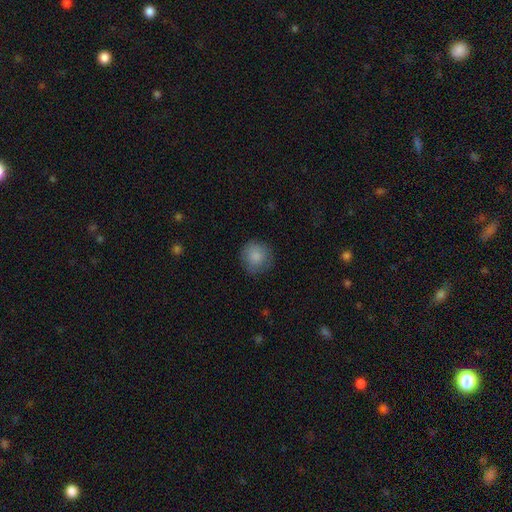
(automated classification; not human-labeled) smooth 86%, star or artifact 8%, featured or disk 6%. Down the decision tree: how rounded — round (92%); merging — none (82%).